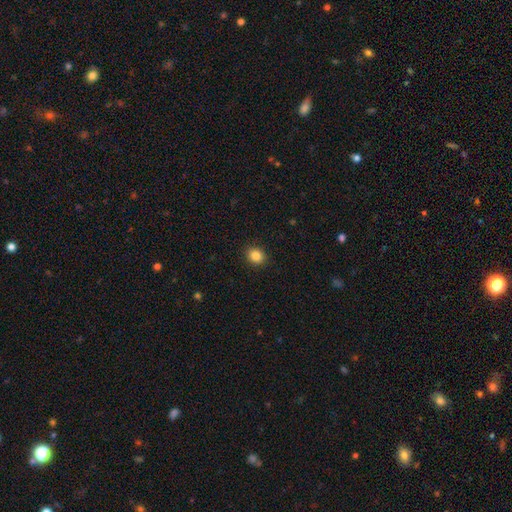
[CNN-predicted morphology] A smooth galaxy with no disk features (86%) that is round (67%).

Vote fractions:
- Smooth or featured? smooth: 86% / star or artifact: 10% / featured or disk: 4%
- How rounded? round: 67% / in between: 33% / cigar-shaped: 1%
- Merging? none: 91% / minor disturbance: 7% / major disturbance: 2% / merger: 1%